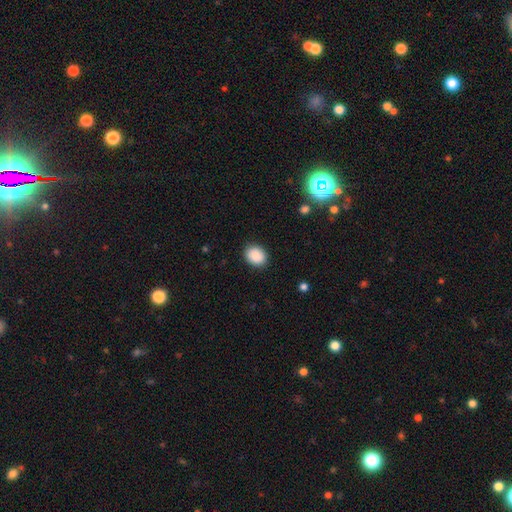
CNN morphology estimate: Q: Smooth or featured?
A: smooth (89%); runner-up: star or artifact (8%)
Q: How rounded?
A: in between (51%); runner-up: round (48%)
Q: Merging?
A: none (89%); runner-up: minor disturbance (7%)